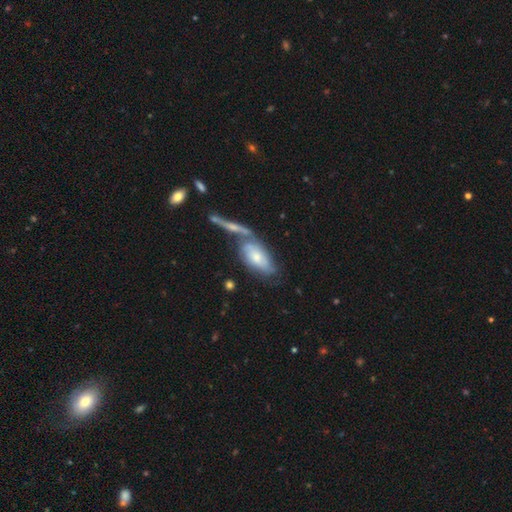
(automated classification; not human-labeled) A featured or disk galaxy (50%). Merging: none (39%).